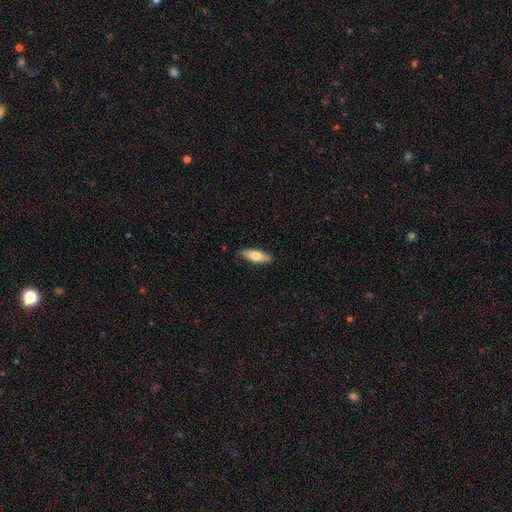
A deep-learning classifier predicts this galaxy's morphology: A smooth galaxy with no disk features (67%) that is in between round and cigar-shaped (55%). Merging: none (87%).